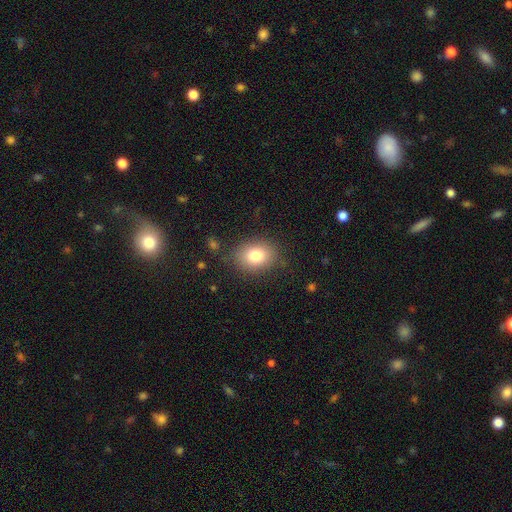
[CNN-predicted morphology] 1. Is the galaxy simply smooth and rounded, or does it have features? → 79% smooth, 11% star or artifact, 10% featured or disk.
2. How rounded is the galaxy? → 58% in between, 41% round, 1% cigar-shaped.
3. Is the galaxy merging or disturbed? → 83% none, 12% minor disturbance, 4% major disturbance, 2% merger.